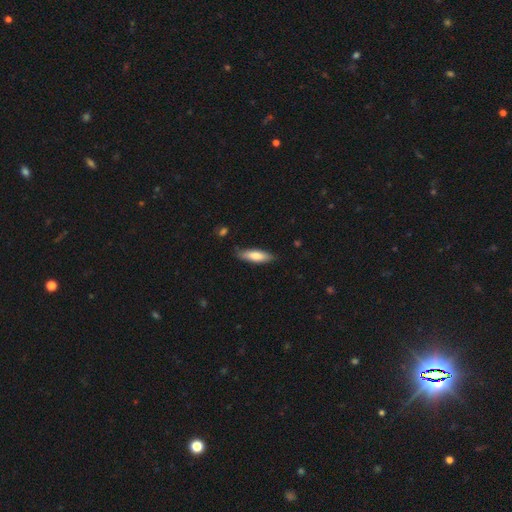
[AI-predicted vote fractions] Morphology: type=smooth (76%); roundness=cigar-shaped (54%); merging=none (84%).